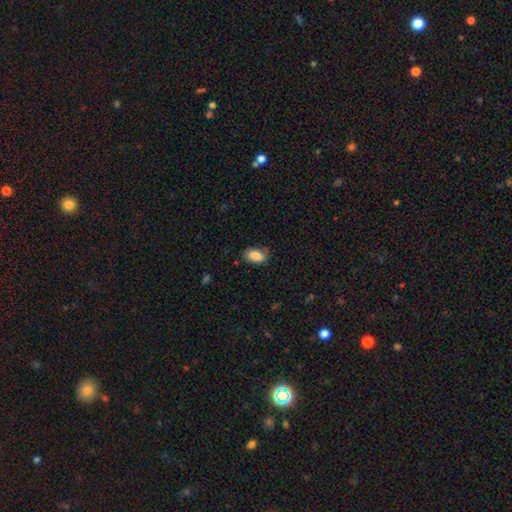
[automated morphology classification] Smooth or featured? Predicted: smooth (p=0.87). How rounded? Predicted: in between (p=0.91). Merging? Predicted: none (p=0.76).